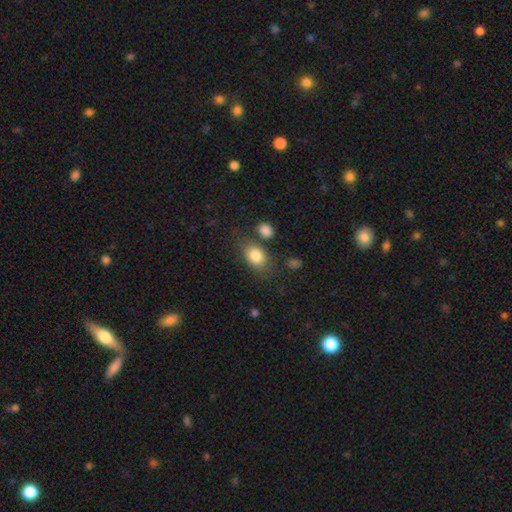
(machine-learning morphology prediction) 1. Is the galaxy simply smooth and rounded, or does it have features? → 83% smooth, 9% featured or disk, 9% star or artifact.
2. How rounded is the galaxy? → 74% in between, 24% round, 2% cigar-shaped.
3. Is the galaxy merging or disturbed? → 68% none, 16% minor disturbance, 10% merger, 6% major disturbance.